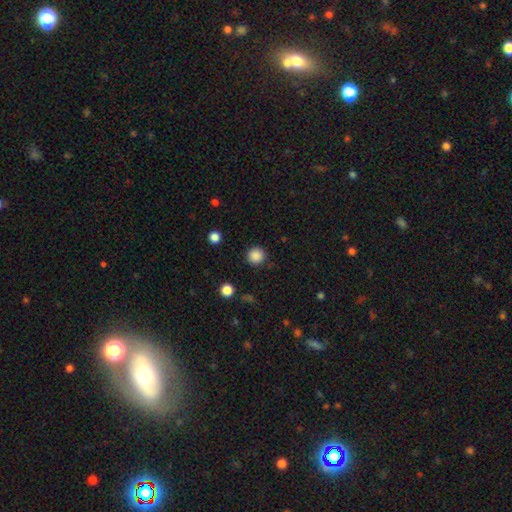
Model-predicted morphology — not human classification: A smooth galaxy with no disk features (86%) that is round (95%).

Vote fractions:
- Smooth or featured? smooth: 86% / star or artifact: 11% / featured or disk: 3%
- How rounded? round: 95% / in between: 4% / cigar-shaped: 1%
- Merging? none: 90% / minor disturbance: 6% / major disturbance: 2% / merger: 1%